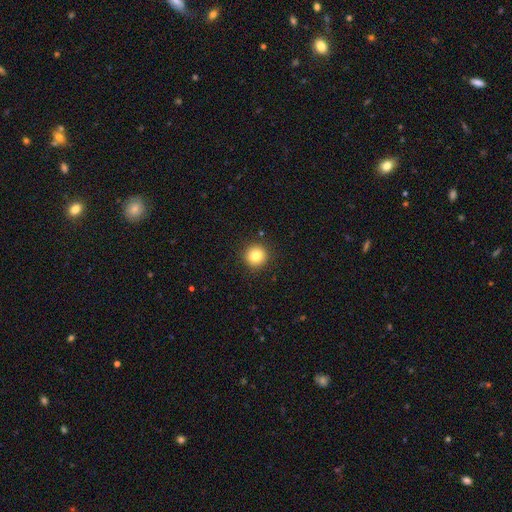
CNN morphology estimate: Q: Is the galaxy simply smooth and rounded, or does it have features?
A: smooth — 81%.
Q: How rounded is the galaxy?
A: round — 95%.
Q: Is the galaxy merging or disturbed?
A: none — 92%.